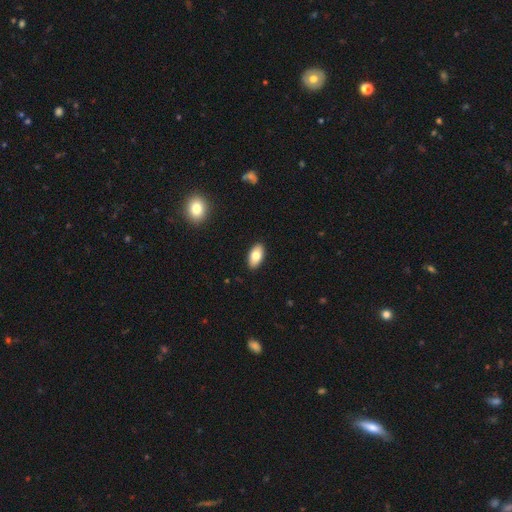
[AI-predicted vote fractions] Smooth or featured?
  - smooth: 78% *
  - featured or disk: 15%
  - star or artifact: 7%
How rounded?
  - in between: 94% *
  - round: 3%
  - cigar-shaped: 3%
Merging?
  - none: 89% *
  - minor disturbance: 8%
  - major disturbance: 2%
  - merger: 1%